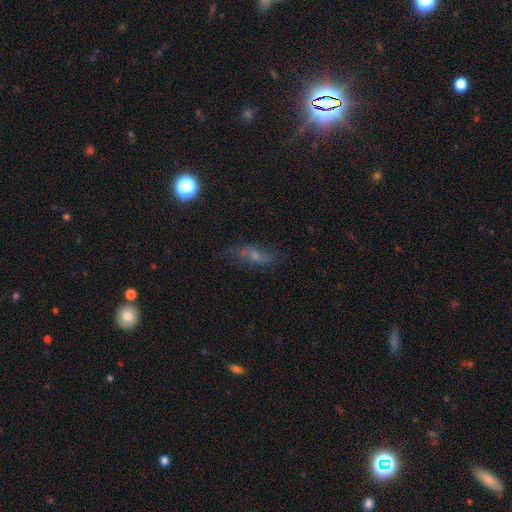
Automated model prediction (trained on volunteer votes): smooth_or_featured: smooth (p=0.40) [alt: featured or disk p=0.38]
merging: none (p=0.69) [alt: minor disturbance p=0.19]